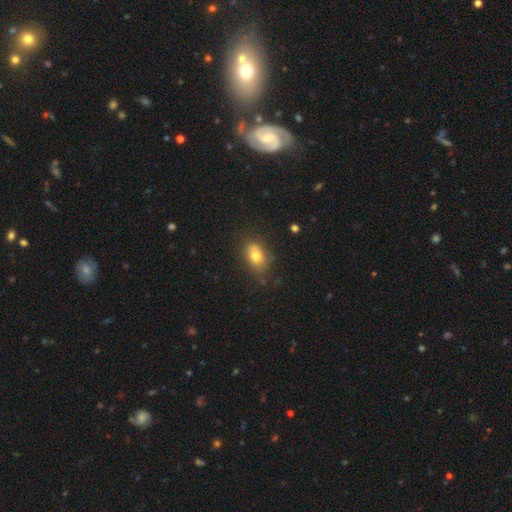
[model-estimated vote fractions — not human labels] A smooth galaxy with no disk features (76%) that is in between round and cigar-shaped (79%).

Vote fractions:
- Smooth or featured? smooth: 76% / featured or disk: 14% / star or artifact: 10%
- How rounded? in between: 79% / round: 19% / cigar-shaped: 2%
- Merging? none: 71% / minor disturbance: 20% / major disturbance: 5% / merger: 3%